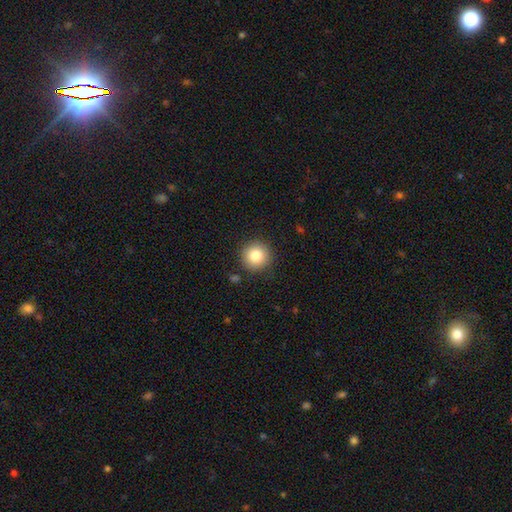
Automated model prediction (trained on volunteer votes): This is clearly a smooth galaxy (83%). How rounded: clearly round (94%). Merging: clearly none (88%).